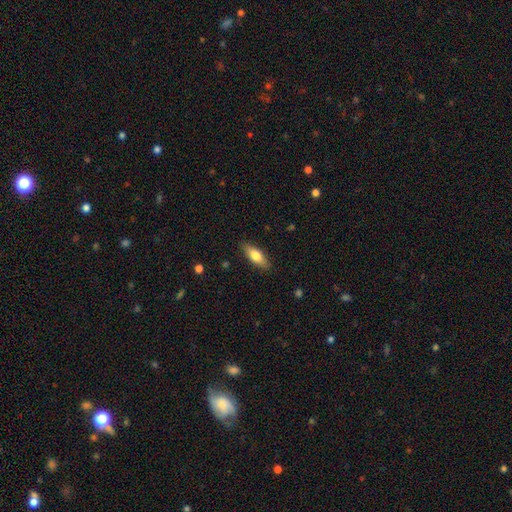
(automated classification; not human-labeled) Overall: smooth (71%). How rounded: in between (66%; cigar-shaped 31%). Merging: none (87%).